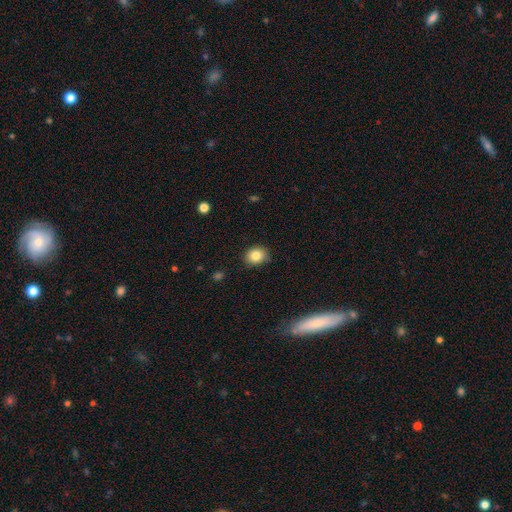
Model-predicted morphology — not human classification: Smooth or featured? smooth (83%)
How rounded? round (57%)
Merging? none (80%)